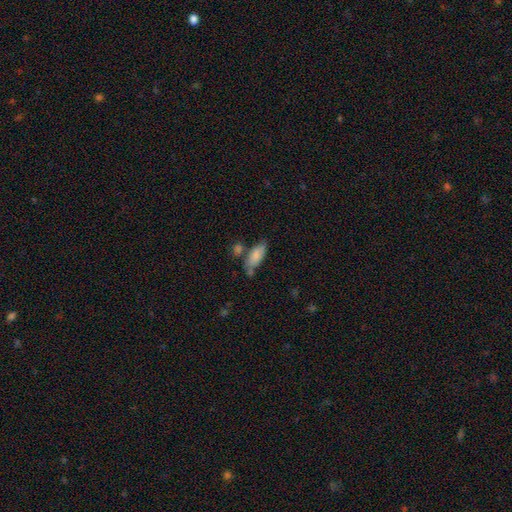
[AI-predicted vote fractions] smooth-or-featured: smooth: 80% | featured or disk: 14% | star or artifact: 7%
  how-rounded: in between: 74% | cigar-shaped: 24% | round: 3%
  merging: none: 54% | minor disturbance: 22% | merger: 17% | major disturbance: 7%